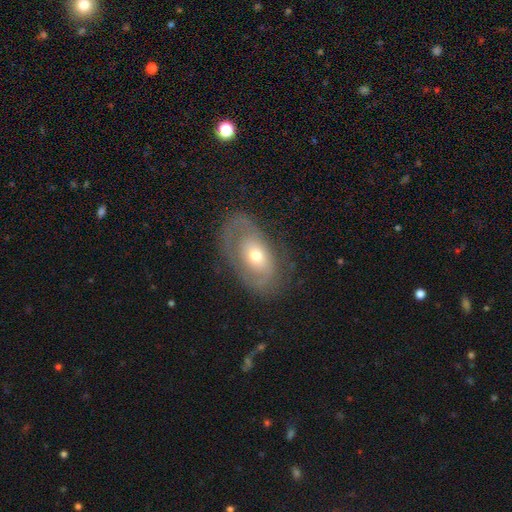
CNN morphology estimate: Q: Smooth or featured?
A: featured or disk (67%); runner-up: smooth (26%)
Q: Edge-on disk?
A: no (92%); runner-up: yes (8%)
Q: Bar?
A: no (76%); runner-up: weak (18%)
Q: Spiral arms?
A: yes (55%); runner-up: no (45%)
Q: Bulge size?
A: moderate (57%); runner-up: small (37%)
Q: Merging?
A: none (68%); runner-up: minor disturbance (19%)